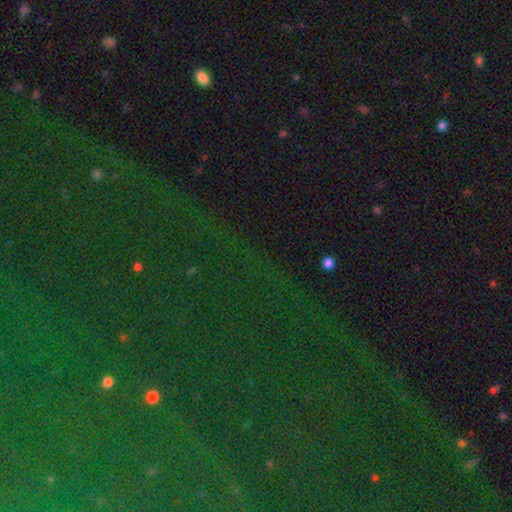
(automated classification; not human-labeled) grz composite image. It shows a star or artifact, not a galaxy (82%).